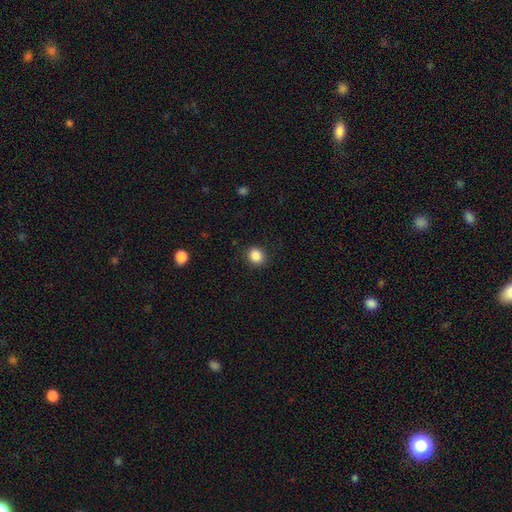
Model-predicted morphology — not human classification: A smooth galaxy with no disk features (87%) that is round (73%).

Vote fractions:
- Smooth or featured? smooth: 87% / star or artifact: 10% / featured or disk: 3%
- How rounded? round: 73% / in between: 26% / cigar-shaped: 1%
- Merging? none: 89% / minor disturbance: 7% / major disturbance: 2% / merger: 1%